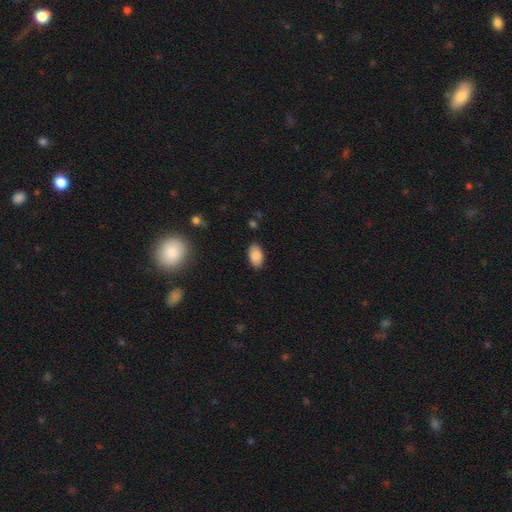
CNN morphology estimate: A smooth galaxy with no disk features (84%) that is in between round and cigar-shaped (93%). Merging: none (86%).